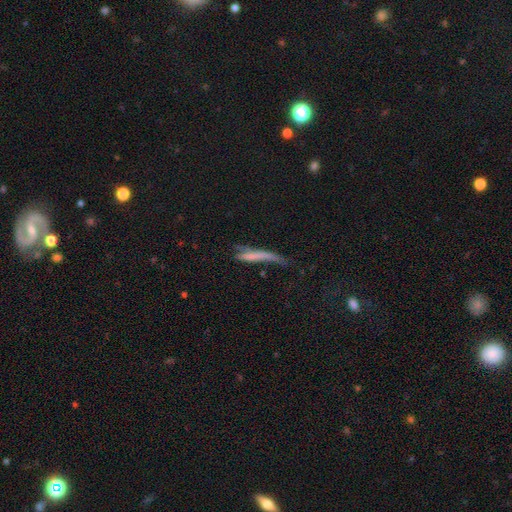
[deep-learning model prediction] The model was most divided on "merging": major disturbance: 34%, none: 32%, minor disturbance: 25%, merger: 10%. More confident: how rounded — cigar-shaped (88%); smooth or featured — smooth (51%).